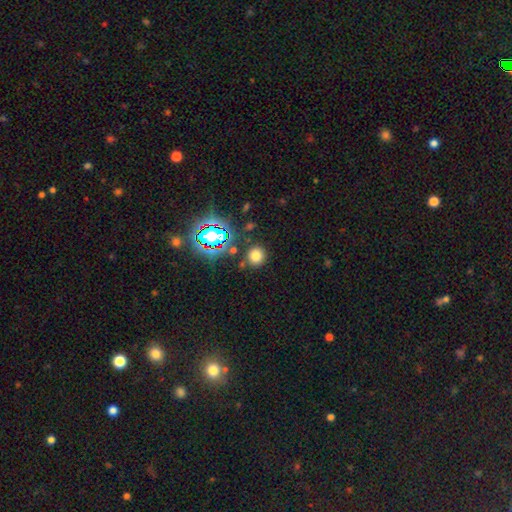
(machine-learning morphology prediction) The model was most divided on "smooth or featured": smooth: 71%, star or artifact: 22%, featured or disk: 7%. More confident: how rounded — round (87%); merging — none (84%).